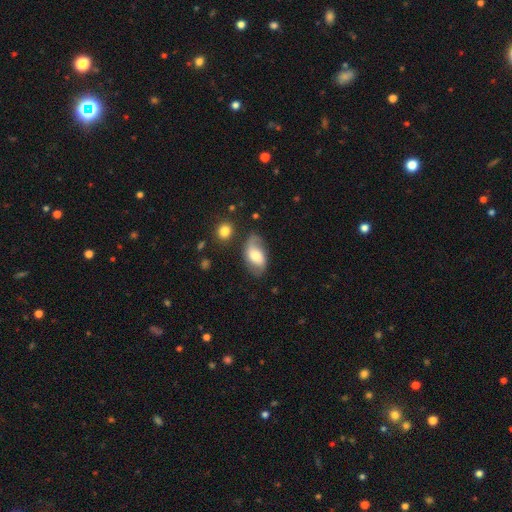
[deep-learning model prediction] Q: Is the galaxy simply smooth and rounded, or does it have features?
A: smooth — 48%.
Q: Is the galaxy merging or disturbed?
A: none — 61%.